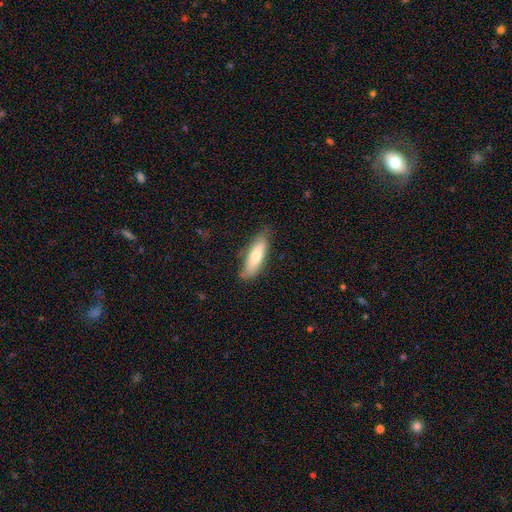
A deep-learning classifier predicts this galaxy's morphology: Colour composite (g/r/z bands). It shows a smooth galaxy with no disk features (70%) that is cigar-shaped (50%). Merging: none (77%).